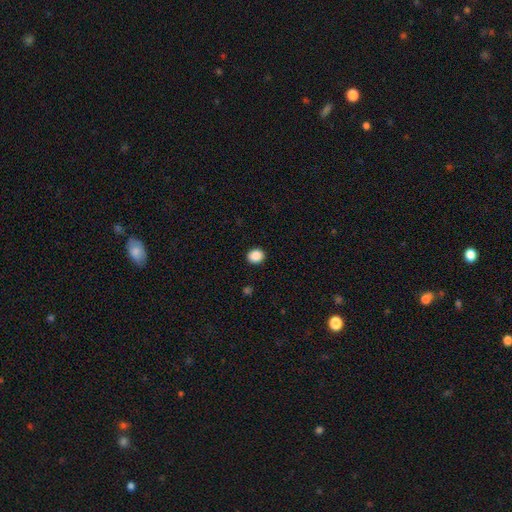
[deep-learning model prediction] Overall: smooth (88%). How rounded: round (72%). Merging: none (92%).